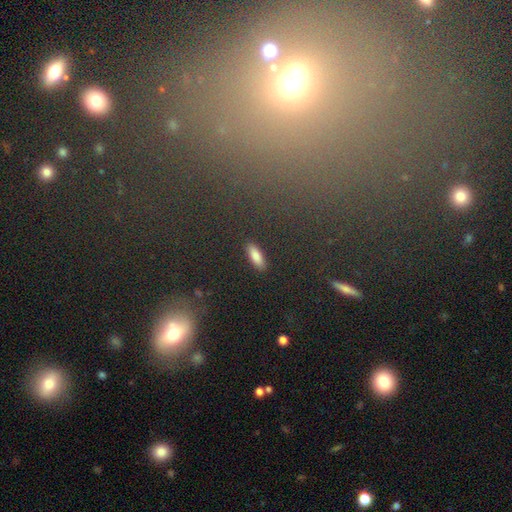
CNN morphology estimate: smooth-or-featured: smooth: 82% | star or artifact: 10% | featured or disk: 8%
  how-rounded: in between: 63% | cigar-shaped: 33% | round: 4%
  merging: none: 90% | minor disturbance: 7% | major disturbance: 2% | merger: 1%